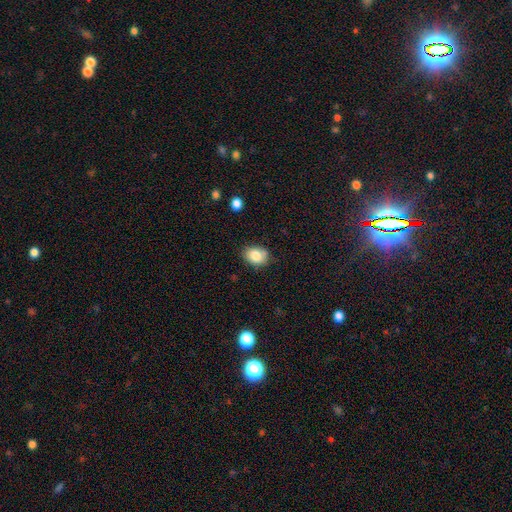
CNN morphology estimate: A smooth galaxy with no disk features (83%) that is in between round and cigar-shaped (66%).

Vote fractions:
- Smooth or featured? smooth: 83% / star or artifact: 9% / featured or disk: 8%
- How rounded? in between: 66% / round: 33% / cigar-shaped: 1%
- Merging? none: 74% / minor disturbance: 19% / major disturbance: 4% / merger: 3%